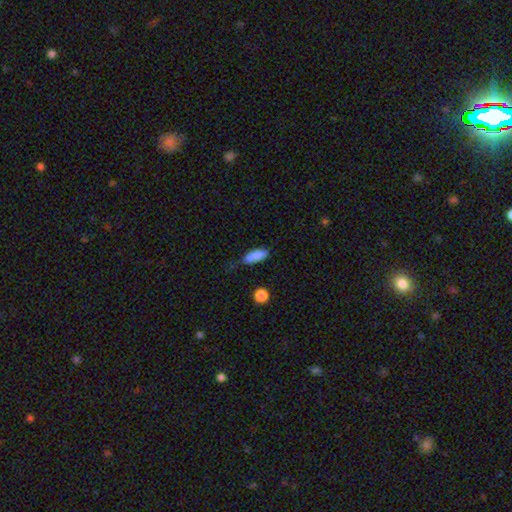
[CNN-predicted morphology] Overall: smooth (84%). How rounded: in between (67%; cigar-shaped 31%). Merging: none (60%; minor disturbance 30%).